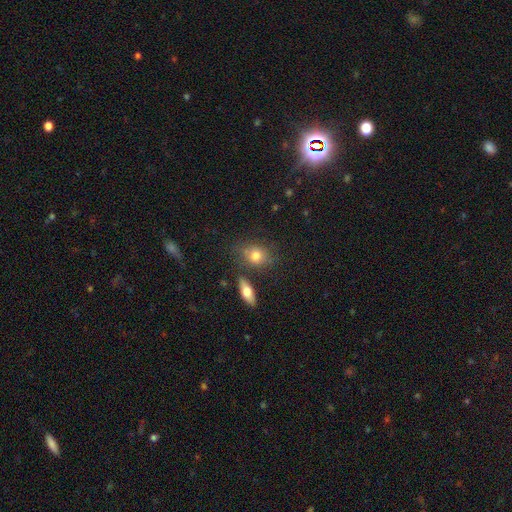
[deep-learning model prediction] Smooth or featured? smooth (77%)
How rounded? in between (55%)
Merging? none (68%)